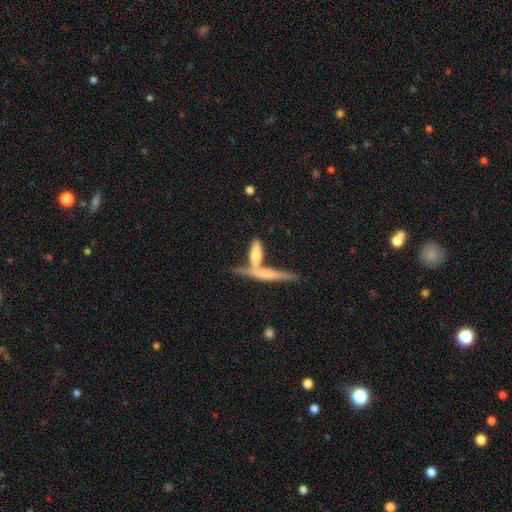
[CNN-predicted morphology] Overall: smooth (54%; featured or disk 38%). How rounded: cigar-shaped (63%; in between 34%). Merging: merger (52%; none 32%).